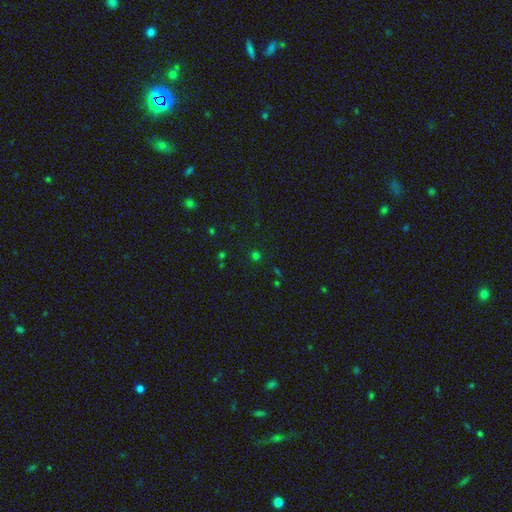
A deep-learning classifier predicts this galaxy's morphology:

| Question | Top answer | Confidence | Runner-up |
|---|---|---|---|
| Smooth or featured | smooth | 61% | star or artifact (33%) |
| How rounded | round | 86% | in between (13%) |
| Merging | none | 82% | minor disturbance (9%) |